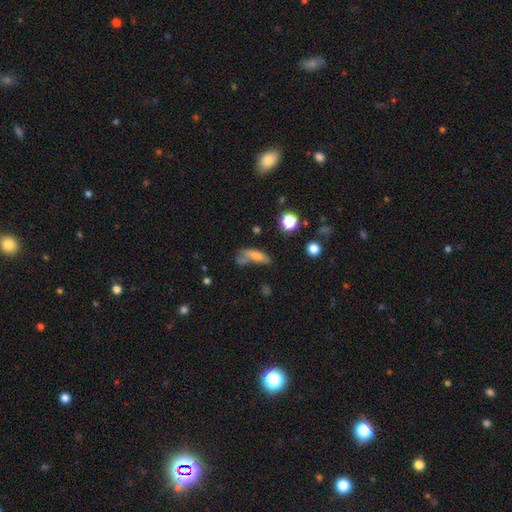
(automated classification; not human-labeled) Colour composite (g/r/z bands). It shows a smooth galaxy with no disk features (67%) that is in between round and cigar-shaped (57%). Merging: none (34%).